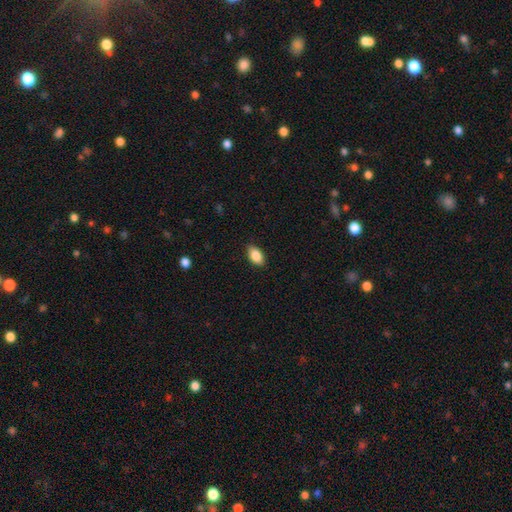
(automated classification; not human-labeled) A smooth galaxy with no disk features (86%) that is in between round and cigar-shaped (91%).

Vote fractions:
- Smooth or featured? smooth: 86% / star or artifact: 7% / featured or disk: 7%
- How rounded? in between: 91% / round: 5% / cigar-shaped: 3%
- Merging? none: 87% / minor disturbance: 10% / major disturbance: 2% / merger: 1%